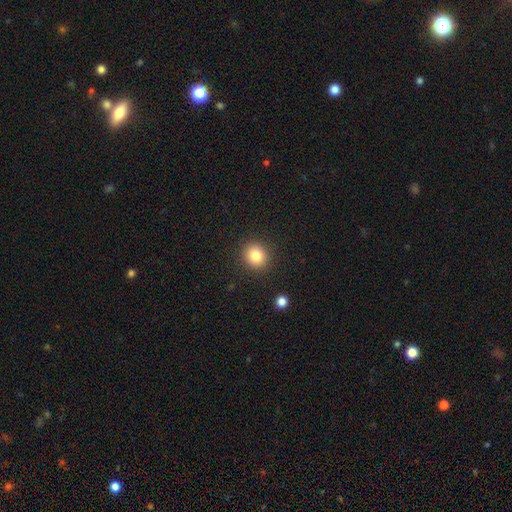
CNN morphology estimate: Smooth or featured: smooth — 83% (star or artifact — 11%)
How rounded: round — 83% (in between — 16%)
Merging: none — 90% (minor disturbance — 7%)